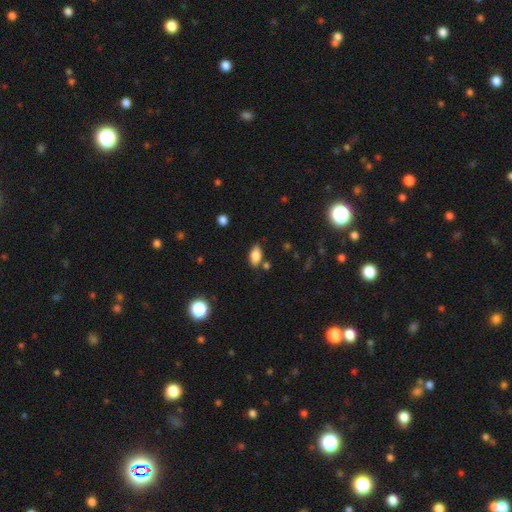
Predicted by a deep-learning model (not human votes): Smooth or featured: smooth — 82% (featured or disk — 9%)
How rounded: in between — 91% (round — 5%)
Merging: none — 78% (minor disturbance — 14%)